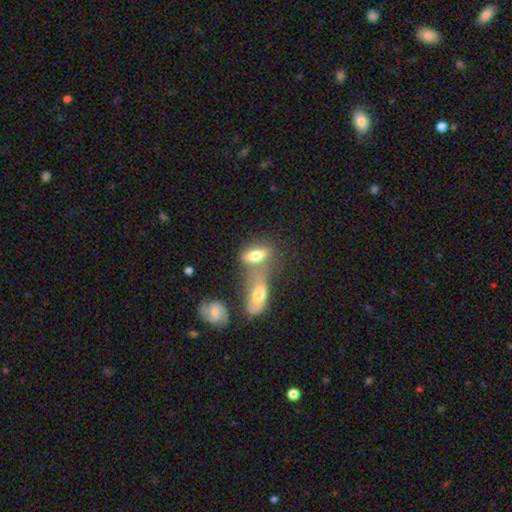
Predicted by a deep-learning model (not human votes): smooth_or_featured: smooth (p=0.64) [alt: featured or disk p=0.25]
how_rounded: in between (p=0.77) [alt: cigar-shaped p=0.16]
merging: merger (p=0.50) [alt: none p=0.32]